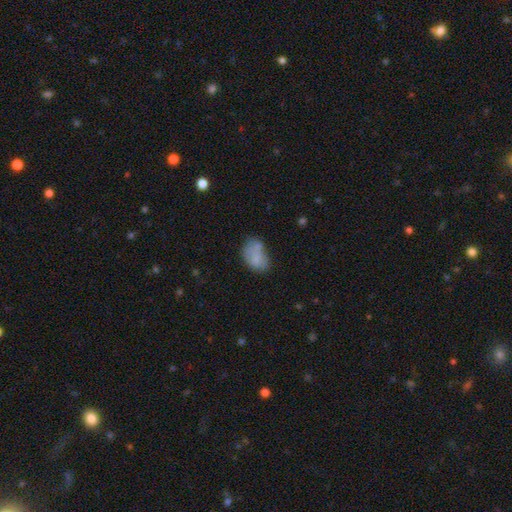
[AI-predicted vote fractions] smooth 72%, featured or disk 18%, star or artifact 10%. Down the decision tree: how rounded — in between (85%); merging — none (43%).